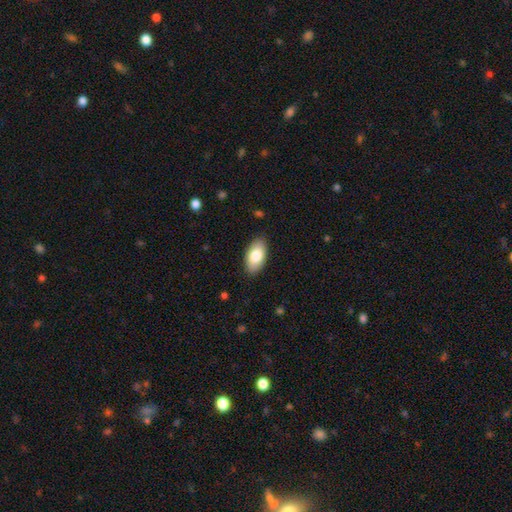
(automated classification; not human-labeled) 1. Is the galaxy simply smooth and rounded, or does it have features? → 82% smooth, 12% featured or disk, 6% star or artifact.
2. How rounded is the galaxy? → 94% in between, 3% cigar-shaped, 3% round.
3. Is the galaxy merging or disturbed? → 88% none, 9% minor disturbance, 2% major disturbance, 1% merger.